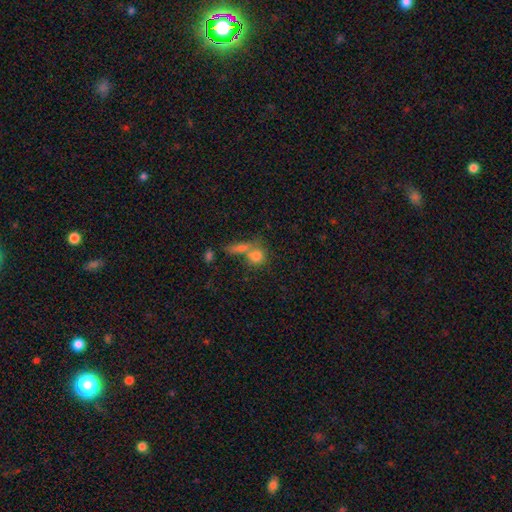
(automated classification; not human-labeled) smooth-or-featured: smooth: 78% | featured or disk: 12% | star or artifact: 10%
  how-rounded: round: 73% | in between: 22% | cigar-shaped: 5%
  merging: none: 45% | merger: 41% | minor disturbance: 9% | major disturbance: 5%